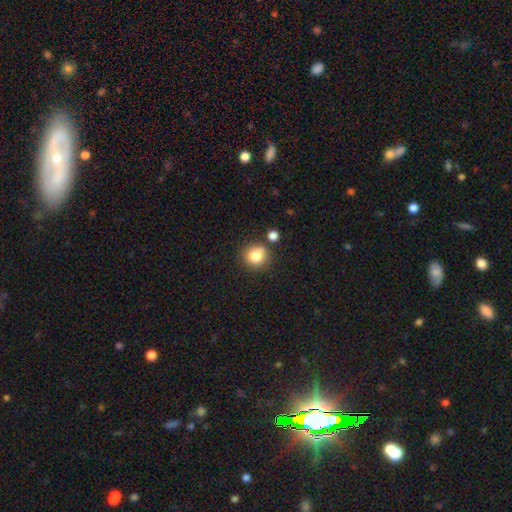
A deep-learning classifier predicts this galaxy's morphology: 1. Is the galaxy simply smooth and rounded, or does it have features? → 82% smooth, 11% star or artifact, 7% featured or disk.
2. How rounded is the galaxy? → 87% round, 12% in between, 1% cigar-shaped.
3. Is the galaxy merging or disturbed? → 74% none, 12% minor disturbance, 11% merger, 3% major disturbance.